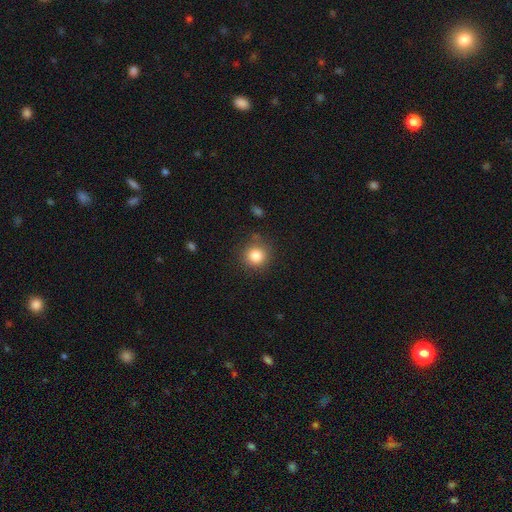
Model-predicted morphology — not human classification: Overall: smooth (84%). How rounded: round (92%). Merging: none (83%).